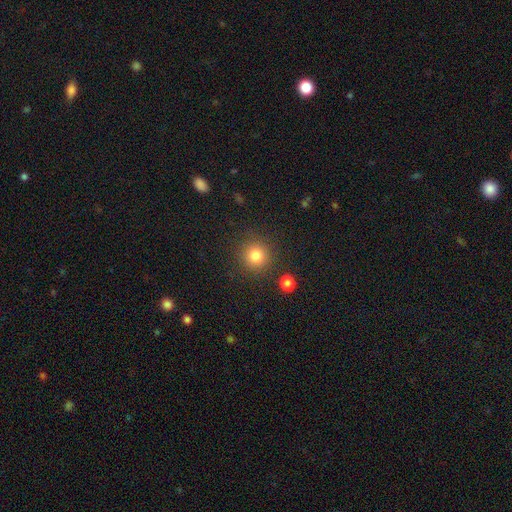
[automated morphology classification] This appears to be a smooth galaxy with no disk features (83%) that is round (93%). Merging: none (86%).